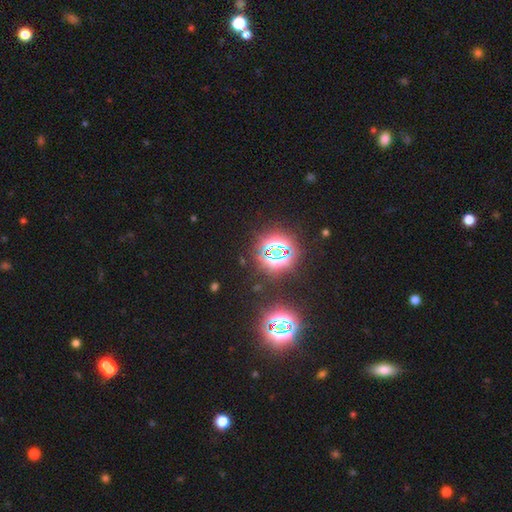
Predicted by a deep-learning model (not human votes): The model was most divided on "smooth or featured": star or artifact: 75%, smooth: 20%, featured or disk: 6%.